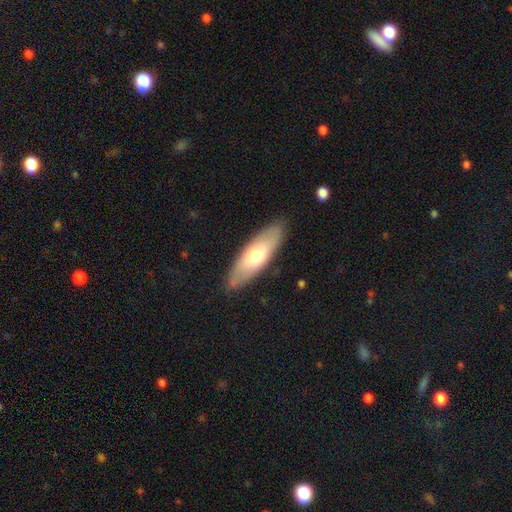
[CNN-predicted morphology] smooth-or-featured: smooth: 64% | featured or disk: 30% | star or artifact: 5%
  how-rounded: in between: 58% | cigar-shaped: 40% | round: 2%
  merging: none: 85% | minor disturbance: 11% | major disturbance: 2% | merger: 1%